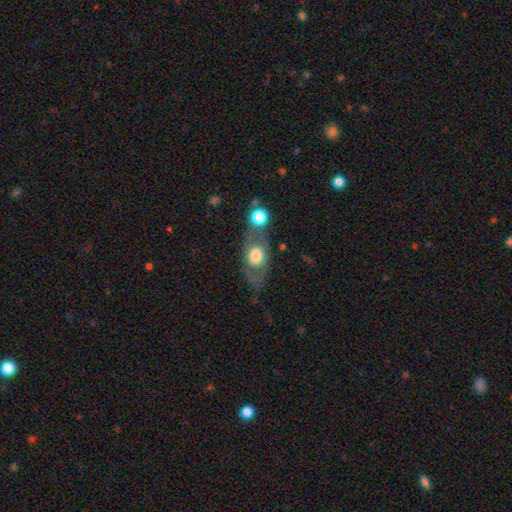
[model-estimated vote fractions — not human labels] Smooth or featured: smooth — 52% (featured or disk — 41%)
How rounded: in between — 62% (round — 34%)
Merging: none — 50% (merger — 22%)